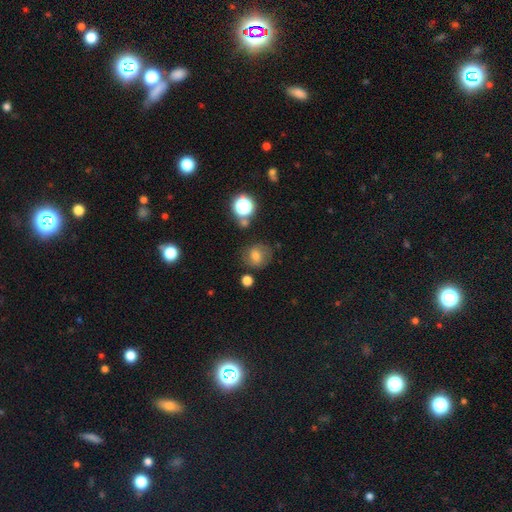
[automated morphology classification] Overall: smooth (63%). How rounded: round (70%). Merging: none (69%).